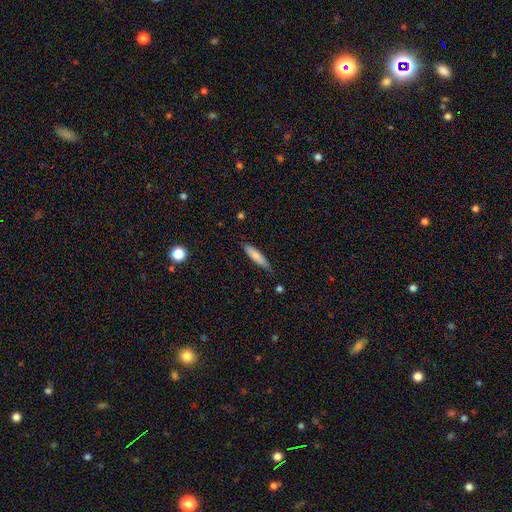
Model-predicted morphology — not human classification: smooth_or_featured: smooth (p=0.78) [alt: featured or disk p=0.16]
how_rounded: cigar-shaped (p=0.79) [alt: in between p=0.20]
merging: none (p=0.76) [alt: minor disturbance p=0.19]